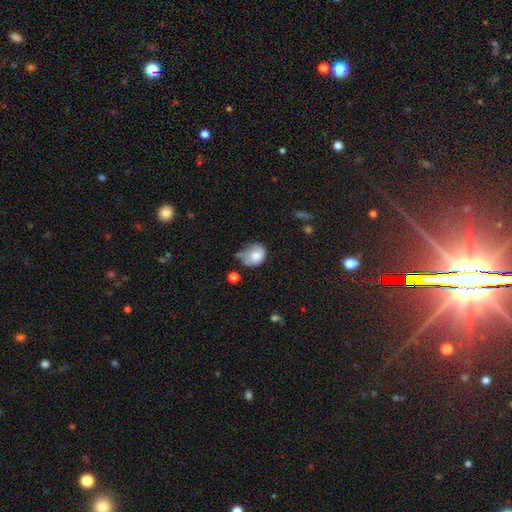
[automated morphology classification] Smooth or featured?
  - smooth: 70% *
  - featured or disk: 22%
  - star or artifact: 8%
How rounded?
  - in between: 50% *
  - round: 49%
  - cigar-shaped: 1%
Merging?
  - minor disturbance: 41% *
  - none: 30%
  - major disturbance: 21%
  - merger: 7%